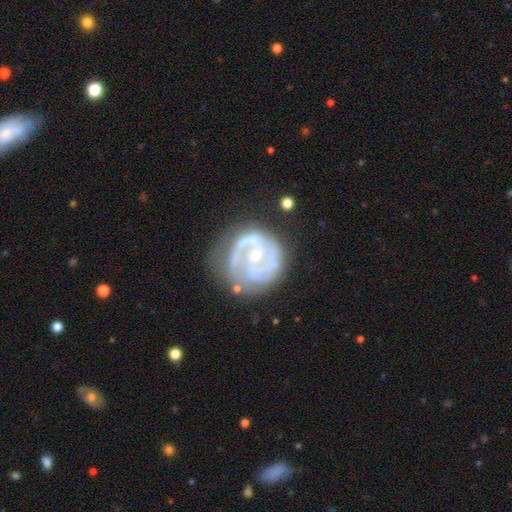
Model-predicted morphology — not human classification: smooth-or-featured: featured or disk: 83% | smooth: 12% | star or artifact: 6%
  disk-edge-on: no: 98% | yes: 2%
    bar: no: 59% | weak: 32% | strong: 9%
    has-spiral-arms: yes: 88% | no: 12%
      spiral-winding: tight: 51% | medium: 37% | loose: 12%
      spiral-arm-count: 2: 46% | can't tell: 23% | 3: 15% | 1: 10% | 4: 3% | more than 4: 3%
    bulge-size: small: 58% | moderate: 37% | none: 3% | large: 2% | dominant: 1%
  merging: none: 58% | minor disturbance: 22% | major disturbance: 16% | merger: 4%